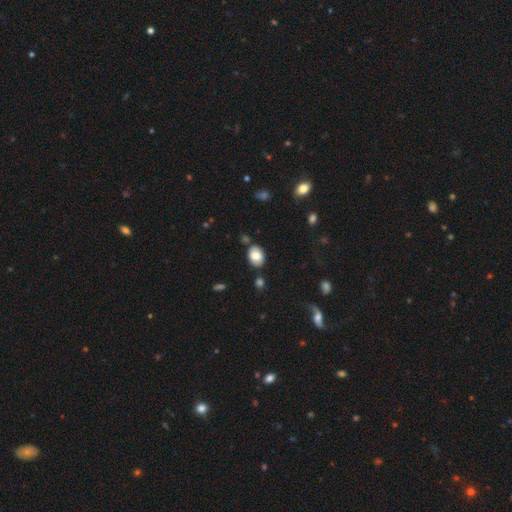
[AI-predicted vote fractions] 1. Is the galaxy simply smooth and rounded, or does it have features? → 77% smooth, 15% featured or disk, 8% star or artifact.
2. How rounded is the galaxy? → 75% in between, 24% round, 1% cigar-shaped.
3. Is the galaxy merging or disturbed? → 77% none, 13% minor disturbance, 6% merger, 3% major disturbance.